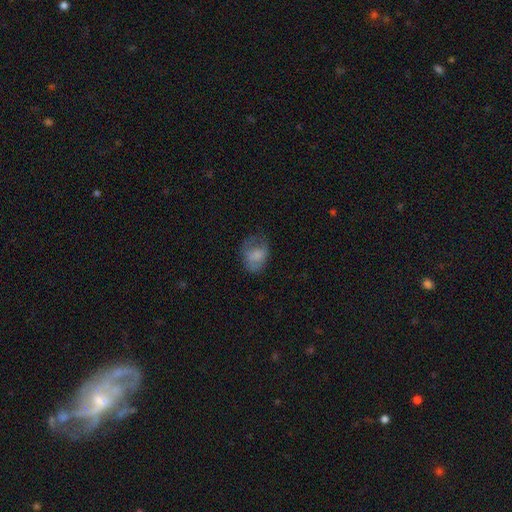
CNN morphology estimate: This appears to be a smooth galaxy with no disk features (72%) that is in between round and cigar-shaped (69%). Merging: none (46%).